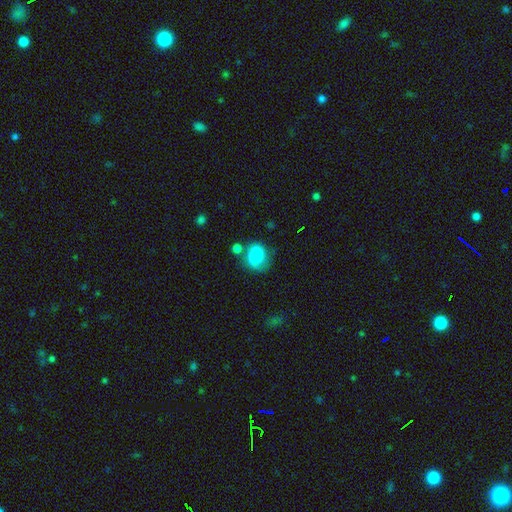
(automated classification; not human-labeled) A smooth galaxy with no disk features (66%) that is round (59%). Merging: none (55%).